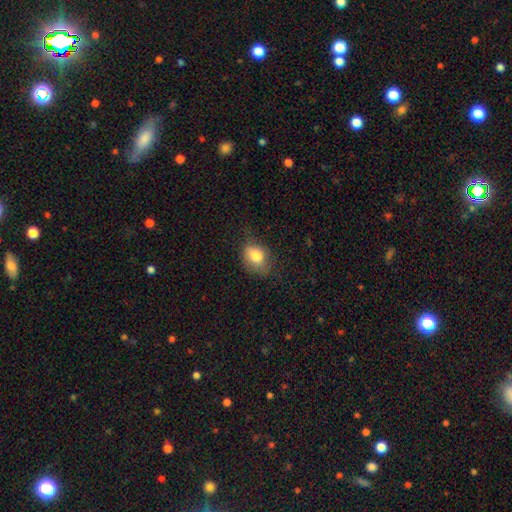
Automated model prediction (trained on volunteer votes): Smooth or featured: smooth — 80% (featured or disk — 11%)
How rounded: in between — 65% (round — 33%)
Merging: none — 60% (minor disturbance — 28%)